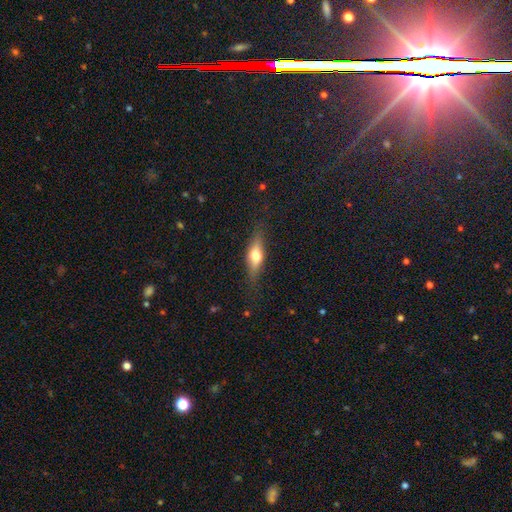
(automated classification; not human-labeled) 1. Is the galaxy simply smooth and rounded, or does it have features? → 52% smooth, 41% featured or disk, 7% star or artifact.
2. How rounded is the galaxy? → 50% in between, 44% cigar-shaped, 5% round.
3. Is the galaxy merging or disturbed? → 81% none, 14% minor disturbance, 4% major disturbance, 1% merger.